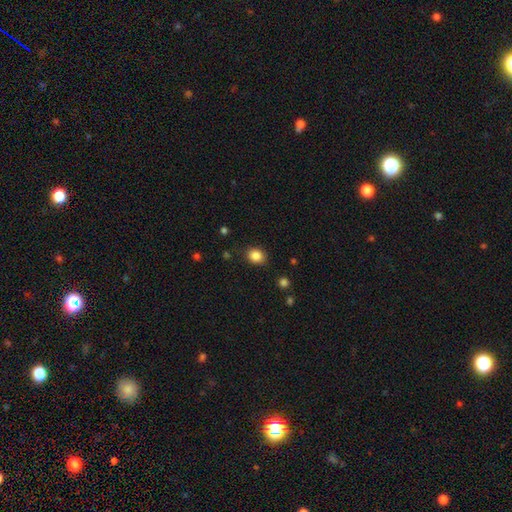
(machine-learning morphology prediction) Smooth or featured?
  - smooth: 86% *
  - star or artifact: 10%
  - featured or disk: 4%
How rounded?
  - round: 56% *
  - in between: 44%
  - cigar-shaped: 1%
Merging?
  - none: 85% *
  - minor disturbance: 10%
  - major disturbance: 3%
  - merger: 1%